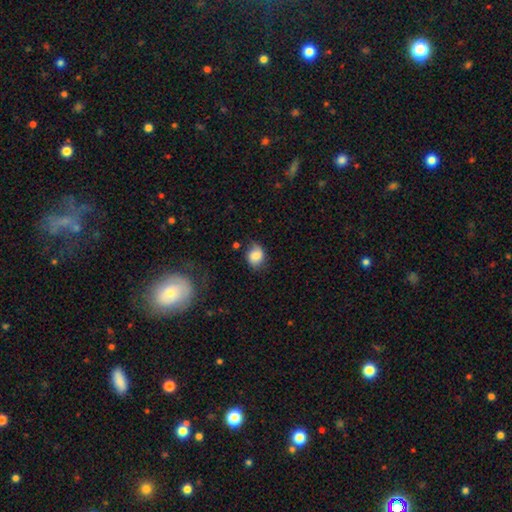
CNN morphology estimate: This appears to be a smooth galaxy with no disk features (79%) that is in between round and cigar-shaped (51%). Merging: none (61%).